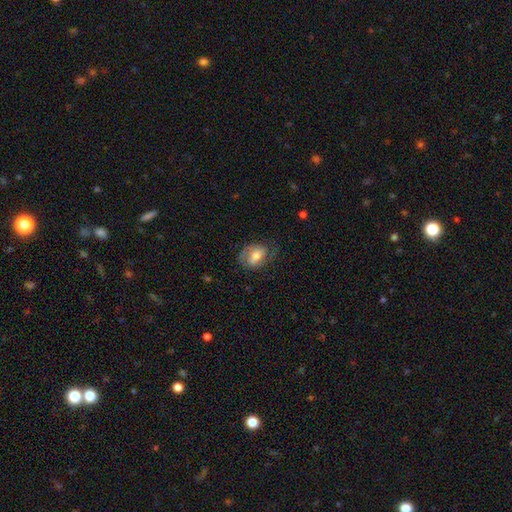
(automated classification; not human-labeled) featured or disk 47%, smooth 45%, star or artifact 7%. Down the decision tree: merging — none (58%).